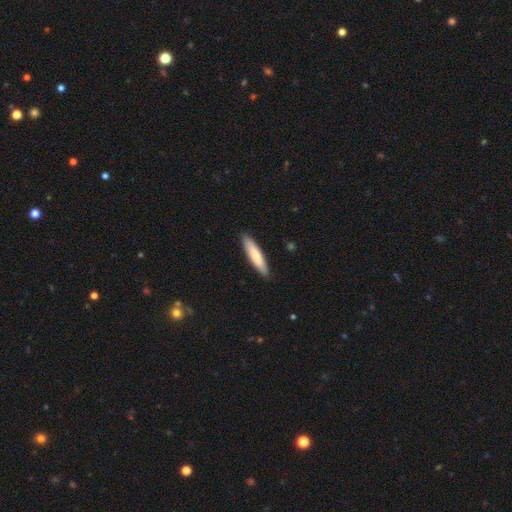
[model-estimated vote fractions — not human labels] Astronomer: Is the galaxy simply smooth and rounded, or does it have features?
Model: smooth — 73%.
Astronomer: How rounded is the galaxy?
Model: cigar-shaped — 81%.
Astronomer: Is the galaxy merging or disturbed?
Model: none — 89%.